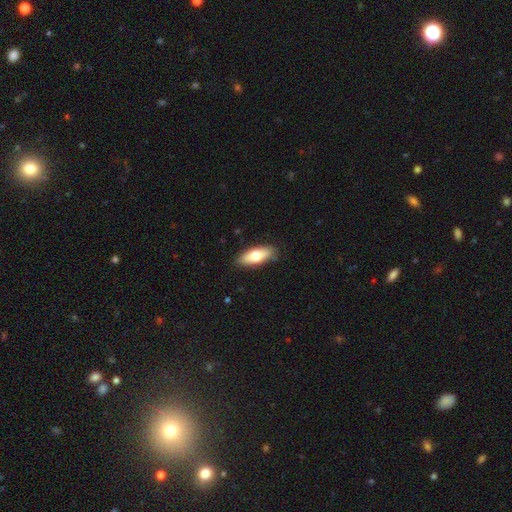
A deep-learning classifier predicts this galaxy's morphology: type=smooth (70%); roundness=in between (74%); merging=none (86%).